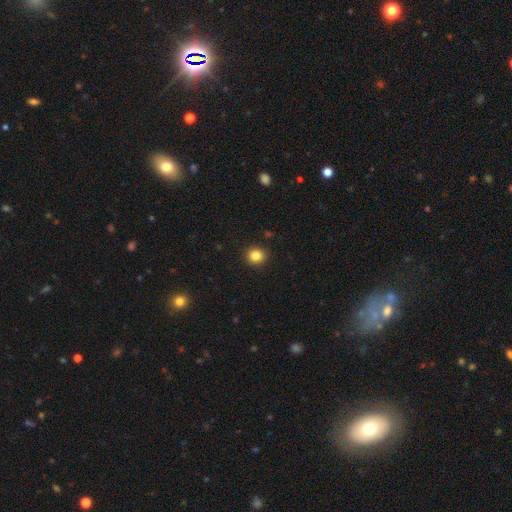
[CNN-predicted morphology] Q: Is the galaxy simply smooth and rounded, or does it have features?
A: smooth — 85%.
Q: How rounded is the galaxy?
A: round — 86%.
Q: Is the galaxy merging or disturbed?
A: none — 92%.